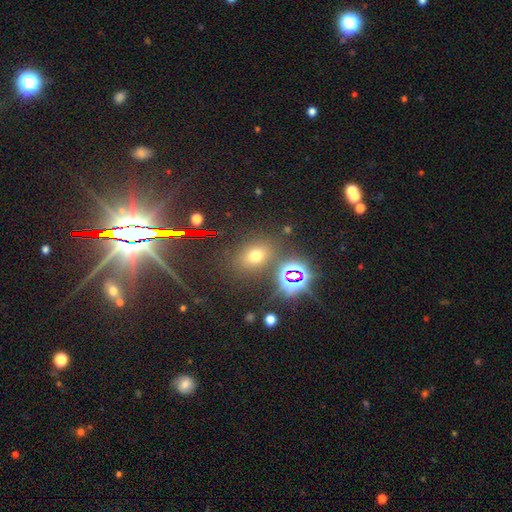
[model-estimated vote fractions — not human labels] Q: Smooth or featured?
A: smooth (58%); runner-up: star or artifact (32%)
Q: How rounded?
A: in between (53%); runner-up: round (45%)
Q: Merging?
A: none (78%); runner-up: minor disturbance (11%)